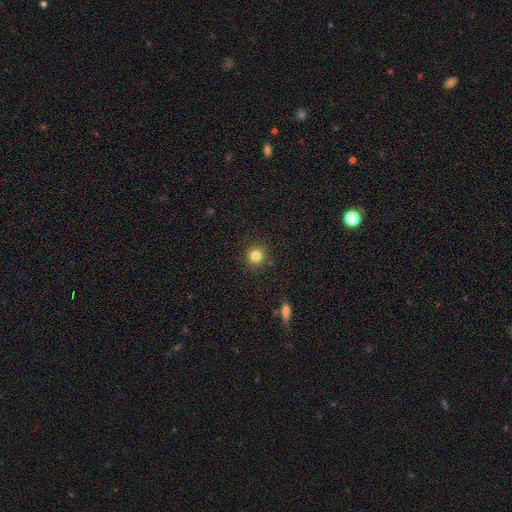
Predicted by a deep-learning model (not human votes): Smooth or featured?
  - smooth: 82% *
  - star or artifact: 13%
  - featured or disk: 5%
How rounded?
  - round: 92% *
  - in between: 7%
  - cigar-shaped: 1%
Merging?
  - none: 89% *
  - minor disturbance: 7%
  - major disturbance: 2%
  - merger: 2%